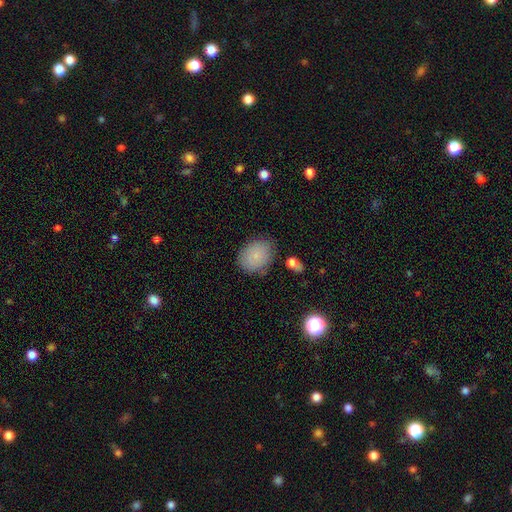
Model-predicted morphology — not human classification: Q: Smooth or featured?
A: smooth (82%); runner-up: featured or disk (10%)
Q: How rounded?
A: in between (63%); runner-up: round (36%)
Q: Merging?
A: none (78%); runner-up: minor disturbance (16%)